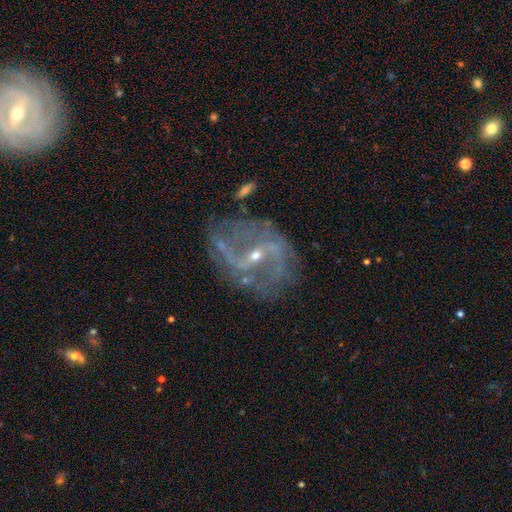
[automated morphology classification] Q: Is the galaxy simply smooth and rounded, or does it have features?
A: featured or disk — 88%.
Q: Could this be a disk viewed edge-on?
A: no — 96%.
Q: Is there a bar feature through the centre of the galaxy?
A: strong — 40%.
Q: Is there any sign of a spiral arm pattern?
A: yes — 92%.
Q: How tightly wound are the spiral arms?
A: loose — 44%.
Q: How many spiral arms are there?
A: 2 — 82%.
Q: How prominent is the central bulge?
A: small — 73%.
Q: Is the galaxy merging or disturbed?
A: none — 64%.